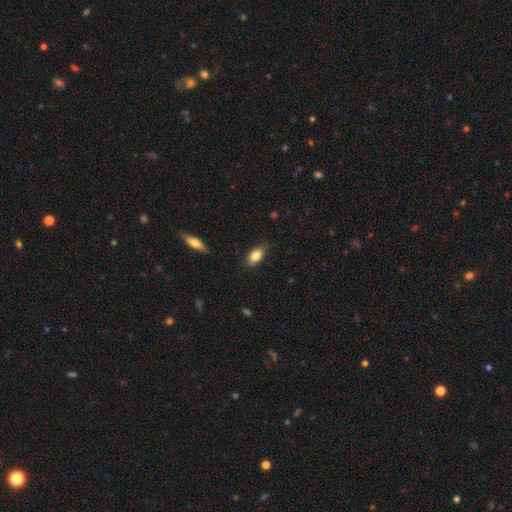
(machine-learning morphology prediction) Smooth or featured? Predicted: smooth (p=0.82). How rounded? Predicted: in between (p=0.88). Merging? Predicted: none (p=0.81).